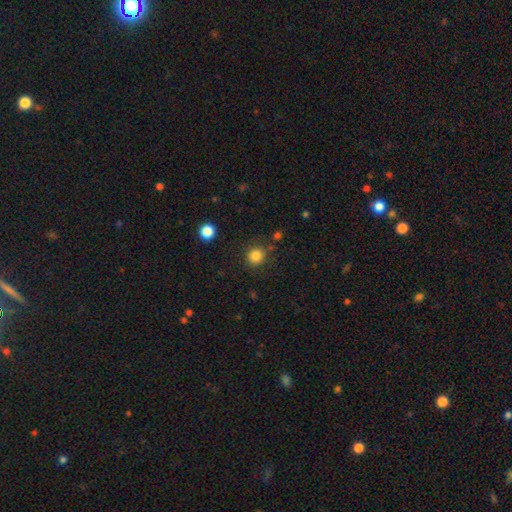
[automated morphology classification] type=smooth (84%); roundness=round (90%); merging=none (86%).